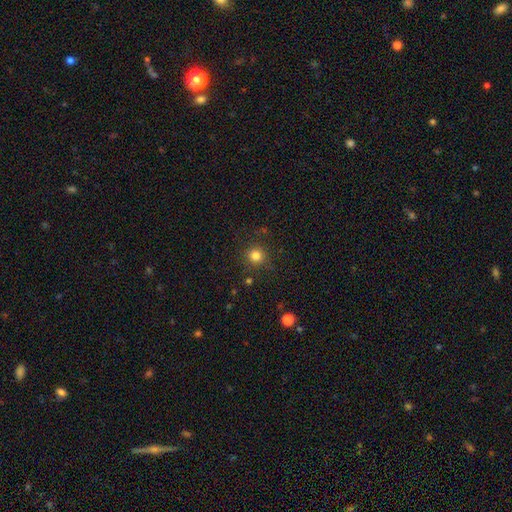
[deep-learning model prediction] This appears to be a smooth galaxy with no disk features (82%) that is round (94%). Merging: none (88%).